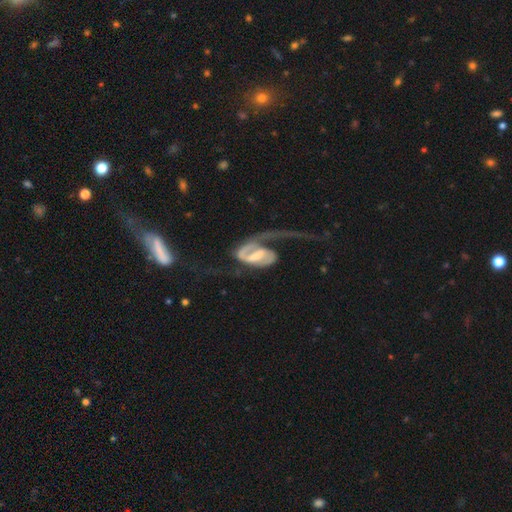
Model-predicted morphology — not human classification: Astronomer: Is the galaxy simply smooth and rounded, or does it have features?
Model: featured or disk — 81%.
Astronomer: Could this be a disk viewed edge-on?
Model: no — 97%.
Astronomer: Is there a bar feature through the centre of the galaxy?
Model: strong — 43% (runner-up: weak, 40%).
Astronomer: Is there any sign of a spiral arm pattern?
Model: yes — 89%.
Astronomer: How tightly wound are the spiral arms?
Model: loose — 55%.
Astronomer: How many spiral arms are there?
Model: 1 — 52% (runner-up: 2, 41%).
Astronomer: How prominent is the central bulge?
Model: moderate — 31% (runner-up: none, 26%).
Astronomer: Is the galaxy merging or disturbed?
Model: major disturbance — 63%.